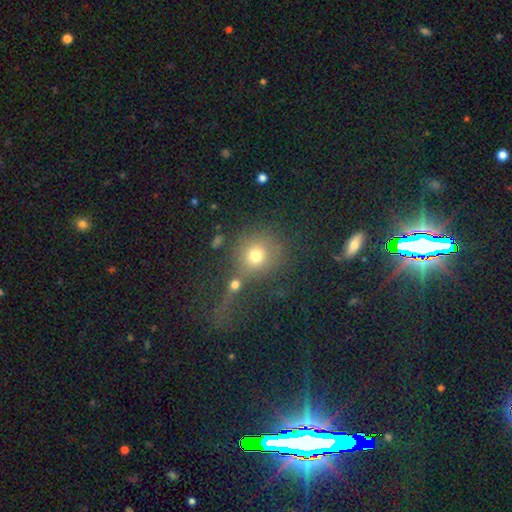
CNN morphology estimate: The model was most divided on "merging": none: 48%, merger: 31%, major disturbance: 10%, minor disturbance: 10%. More confident: how rounded — round (84%); smooth or featured — smooth (69%).